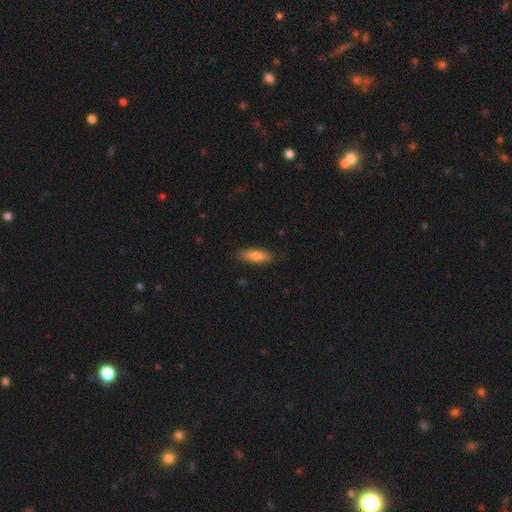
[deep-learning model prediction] A smooth galaxy with no disk features (79%) that is in between round and cigar-shaped (51%).

Vote fractions:
- Smooth or featured? smooth: 79% / featured or disk: 15% / star or artifact: 6%
- How rounded? in between: 51% / cigar-shaped: 47% / round: 2%
- Merging? none: 85% / minor disturbance: 11% / major disturbance: 2% / merger: 1%